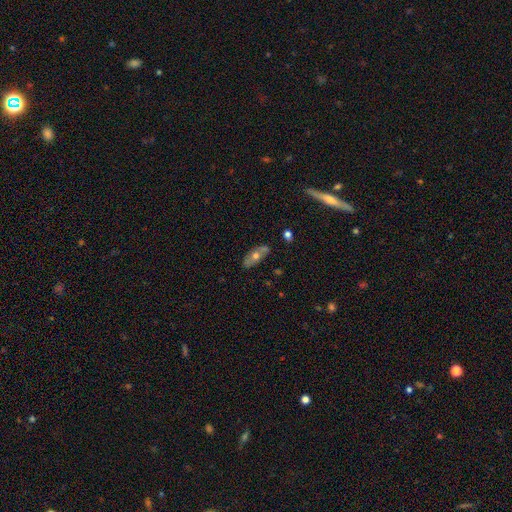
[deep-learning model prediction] Smooth or featured? featured or disk (47%)
Merging? none (77%)